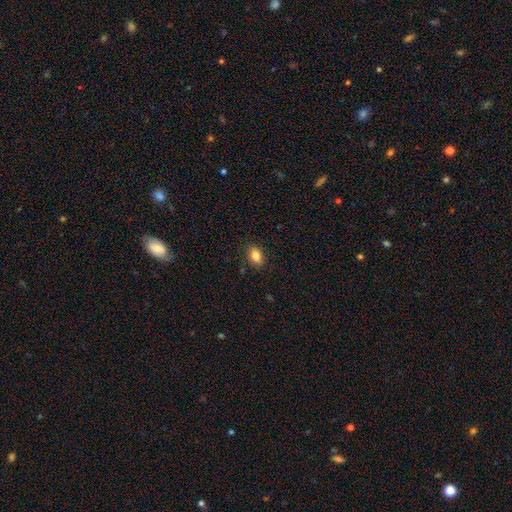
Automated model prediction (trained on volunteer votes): This is clearly a smooth galaxy (83%). How rounded: clearly in between (81%). Merging: clearly none (86%).